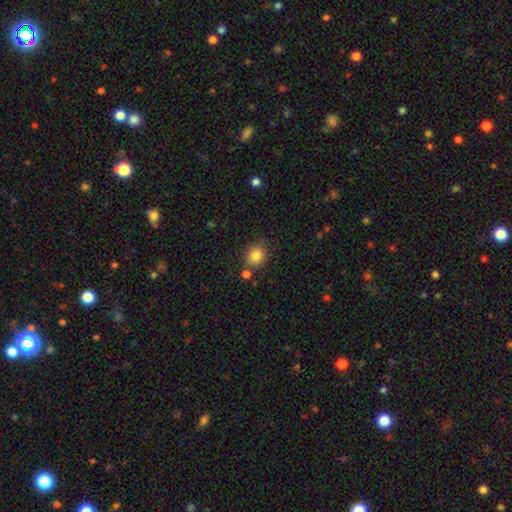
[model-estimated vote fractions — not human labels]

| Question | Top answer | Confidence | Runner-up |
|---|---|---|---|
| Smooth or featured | smooth | 84% | star or artifact (11%) |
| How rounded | round | 84% | in between (15%) |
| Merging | none | 76% | minor disturbance (11%) |